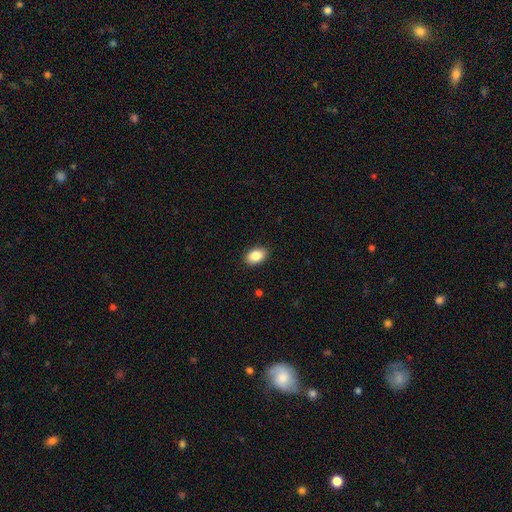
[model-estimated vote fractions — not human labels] This is clearly a smooth galaxy (88%). How rounded: clearly in between (87%). Merging: clearly none (89%).